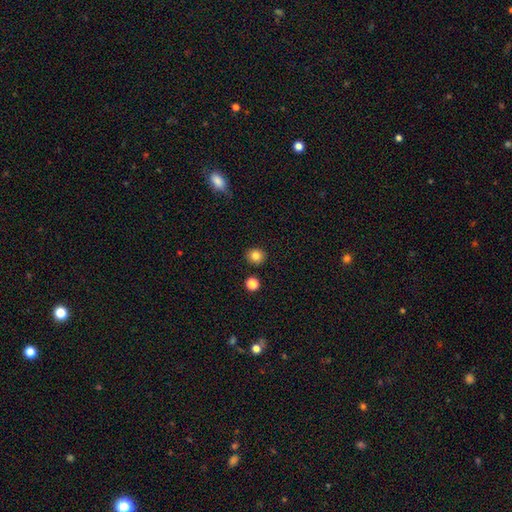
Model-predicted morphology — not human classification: This appears to be a smooth galaxy with no disk features (82%) that is round (87%). Merging: none (90%).